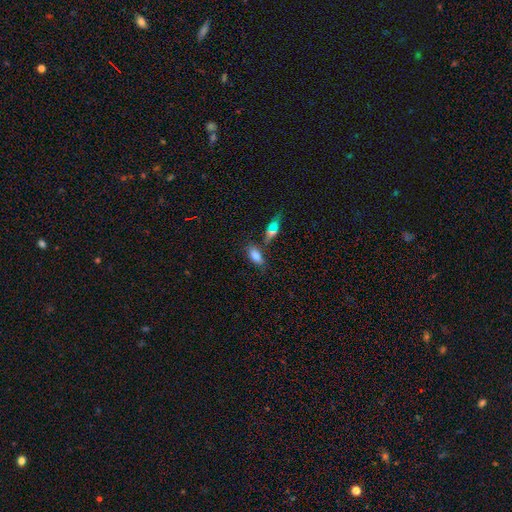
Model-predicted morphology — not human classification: Overall: smooth (79%). How rounded: in between (85%). Merging: none (65%).